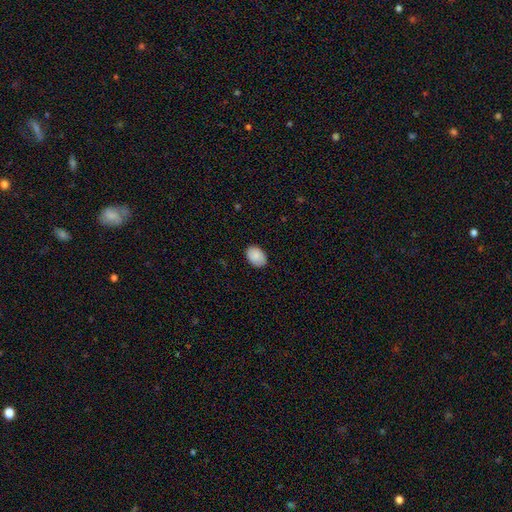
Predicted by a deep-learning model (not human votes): This appears to be a smooth galaxy with no disk features (89%) that is in between round and cigar-shaped (81%). Merging: none (87%).